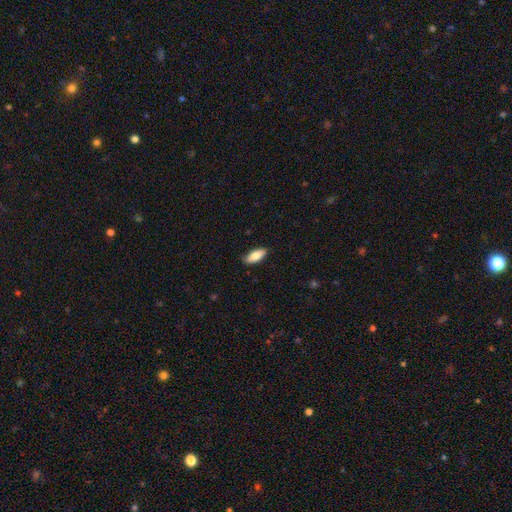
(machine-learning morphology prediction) Smooth or featured? smooth (83%)
How rounded? in between (81%)
Merging? none (87%)